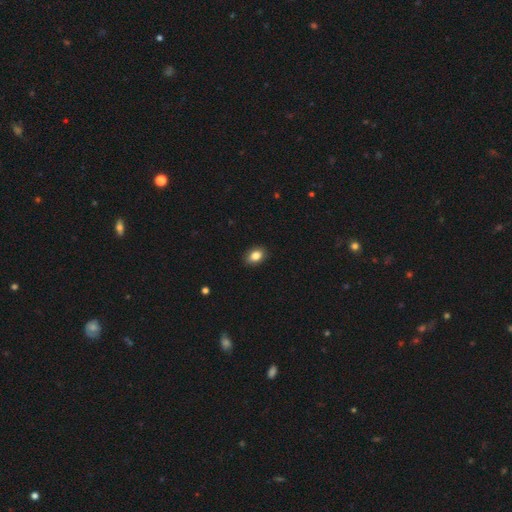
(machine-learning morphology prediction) Overall: smooth (85%). How rounded: in between (79%). Merging: none (88%).